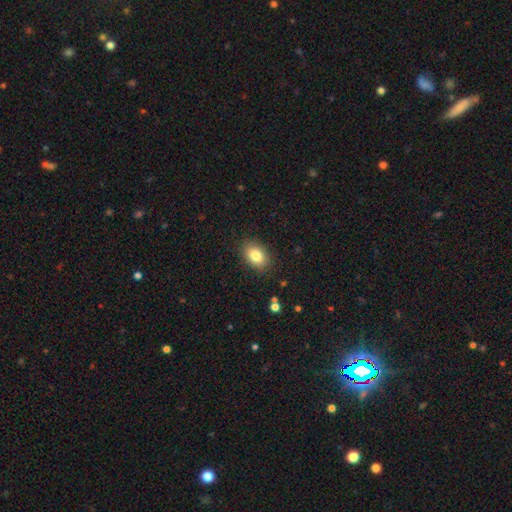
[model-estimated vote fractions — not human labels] Q: Smooth or featured?
A: smooth (83%); runner-up: star or artifact (9%)
Q: How rounded?
A: in between (79%); runner-up: round (20%)
Q: Merging?
A: none (87%); runner-up: minor disturbance (9%)